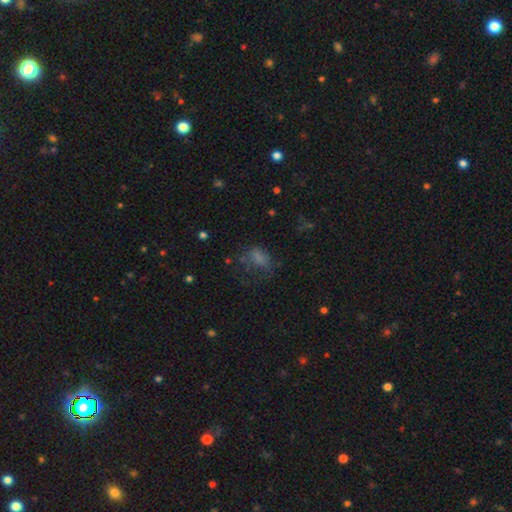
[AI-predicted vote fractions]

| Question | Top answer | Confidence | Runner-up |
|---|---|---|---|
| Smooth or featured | smooth | 60% | star or artifact (24%) |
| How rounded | in between | 77% | round (18%) |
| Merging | none | 46% | major disturbance (28%) |